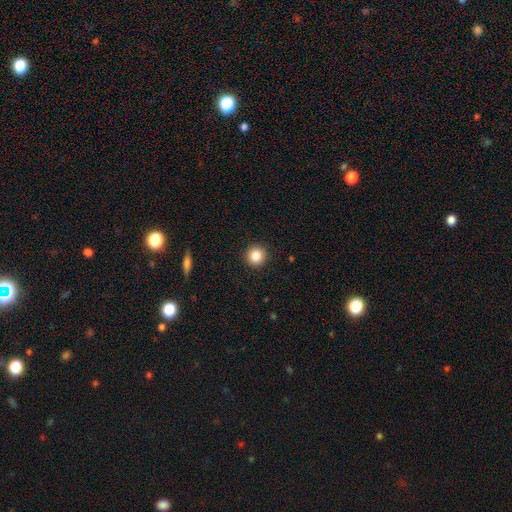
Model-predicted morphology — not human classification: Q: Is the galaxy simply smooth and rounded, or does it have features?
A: smooth — 86%.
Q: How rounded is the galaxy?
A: round — 94%.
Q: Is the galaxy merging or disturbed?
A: none — 92%.